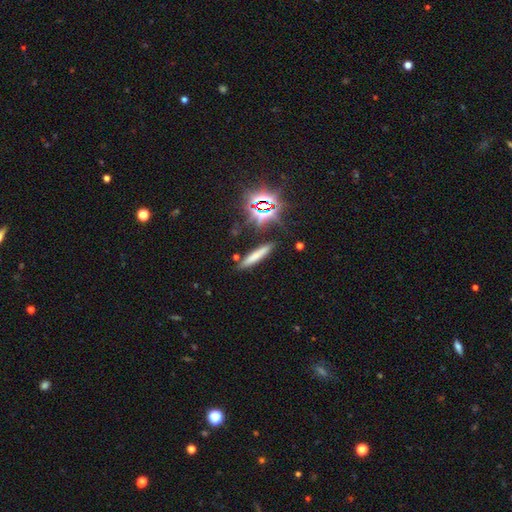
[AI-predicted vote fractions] Smooth or featured: smooth — 64% (star or artifact — 20%)
How rounded: cigar-shaped — 87% (in between — 10%)
Merging: none — 83% (minor disturbance — 10%)